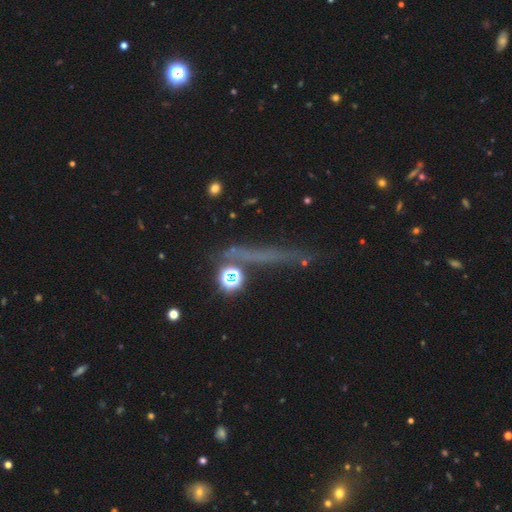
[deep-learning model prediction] A star or artifact, not a galaxy (42%).